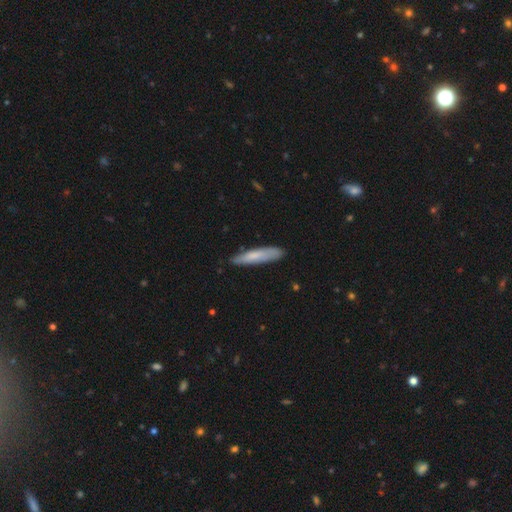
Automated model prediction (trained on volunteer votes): This appears to be a smooth galaxy with no disk features (73%) that is cigar-shaped (84%). Merging: none (80%).